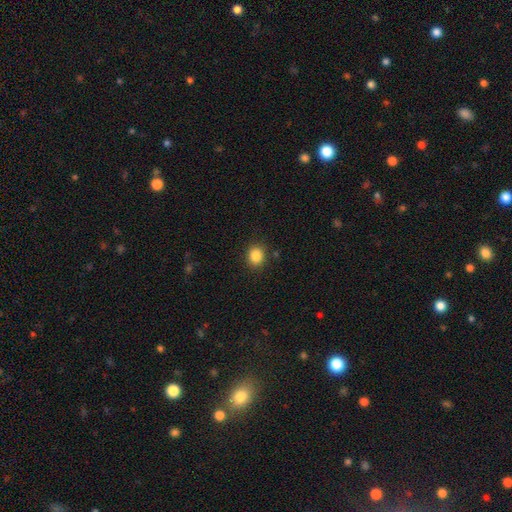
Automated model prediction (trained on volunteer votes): Q: Smooth or featured?
A: smooth (85%); runner-up: star or artifact (10%)
Q: How rounded?
A: round (73%); runner-up: in between (26%)
Q: Merging?
A: none (88%); runner-up: minor disturbance (8%)